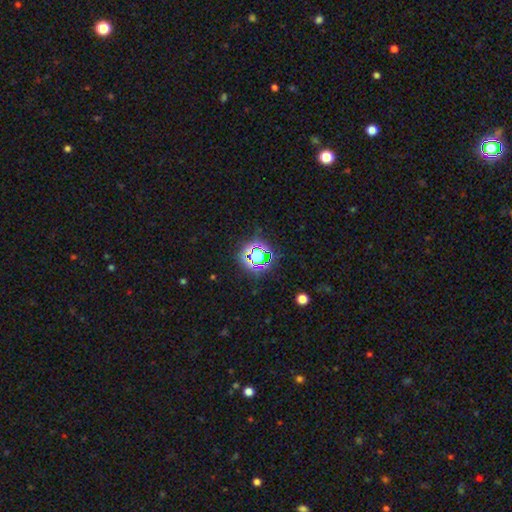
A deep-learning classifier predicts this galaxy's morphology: Overall: star or artifact (67%).